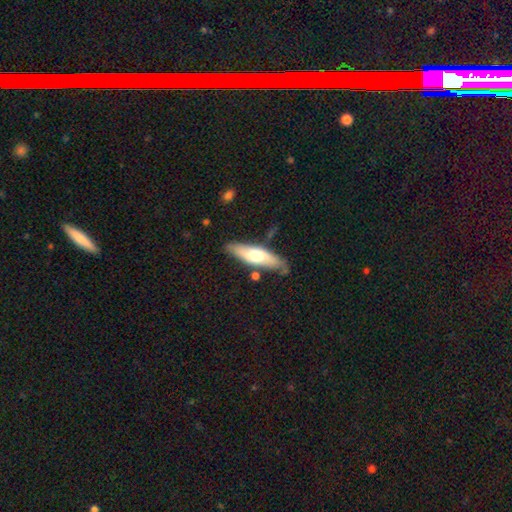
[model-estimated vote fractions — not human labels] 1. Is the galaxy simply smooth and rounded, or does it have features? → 52% smooth, 43% featured or disk, 5% star or artifact.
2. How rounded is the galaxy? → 57% cigar-shaped, 41% in between, 2% round.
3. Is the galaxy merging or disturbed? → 77% none, 16% minor disturbance, 4% merger, 3% major disturbance.